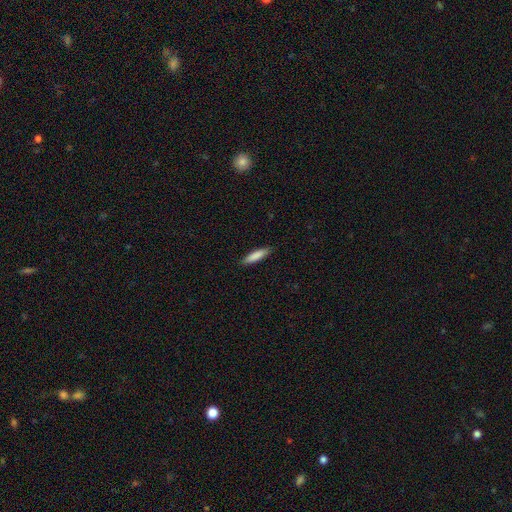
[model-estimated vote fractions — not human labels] Smooth or featured? smooth (84%)
How rounded? cigar-shaped (77%)
Merging? none (87%)